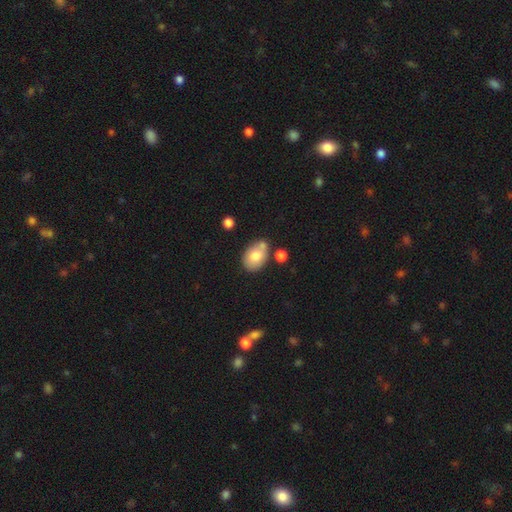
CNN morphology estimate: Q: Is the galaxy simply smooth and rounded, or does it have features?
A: smooth — 76%.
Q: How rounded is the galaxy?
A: in between — 78%.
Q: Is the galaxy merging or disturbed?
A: none — 57%.